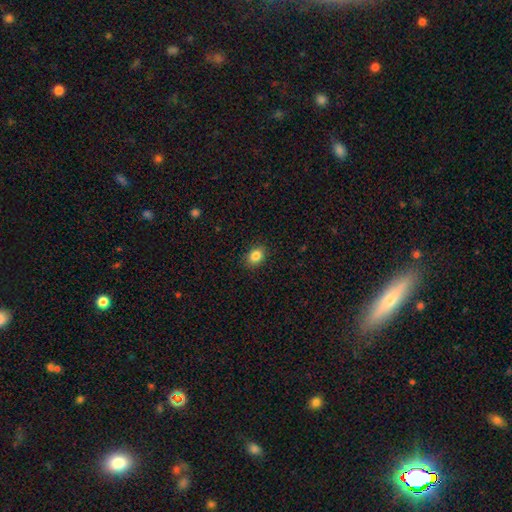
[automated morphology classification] smooth-or-featured: smooth: 84% | star or artifact: 10% | featured or disk: 6%
  how-rounded: in between: 61% | round: 37% | cigar-shaped: 1%
  merging: none: 89% | minor disturbance: 8% | major disturbance: 2% | merger: 1%